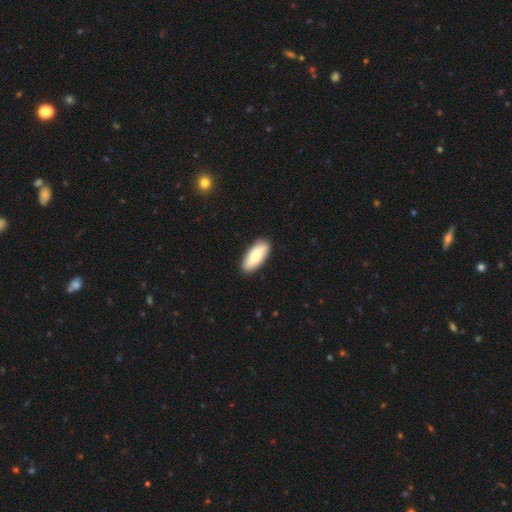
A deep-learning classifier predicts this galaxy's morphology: The model was most divided on "smooth or featured": smooth: 71%, featured or disk: 24%, star or artifact: 5%. More confident: merging — none (88%); how rounded — in between (81%).